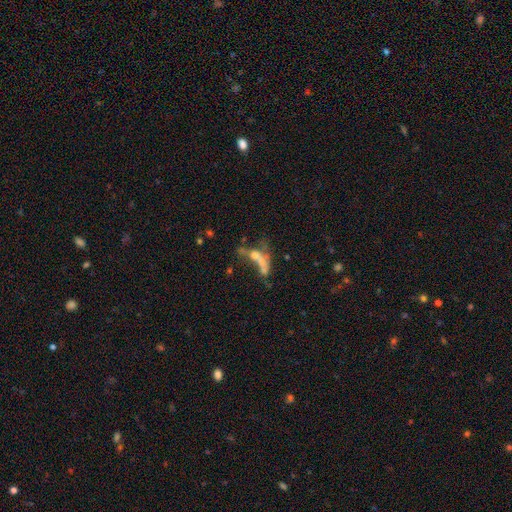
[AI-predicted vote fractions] smooth-or-featured: featured or disk: 51% | smooth: 31% | star or artifact: 18%
  disk-edge-on: no: 83% | yes: 17%
  merging: merger: 44% | major disturbance: 26% | none: 20% | minor disturbance: 10%